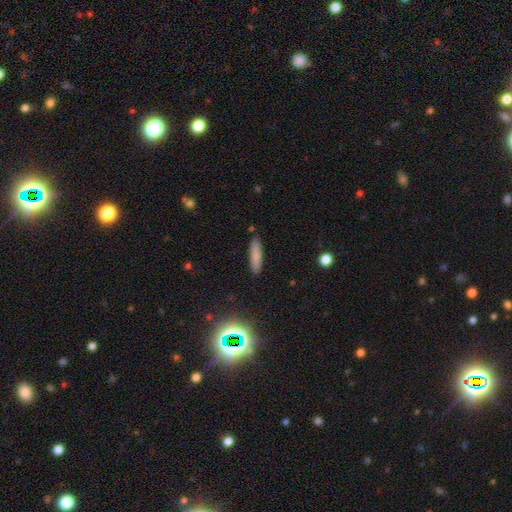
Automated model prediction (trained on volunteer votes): Overall: smooth (81%). How rounded: cigar-shaped (74%). Merging: none (87%).